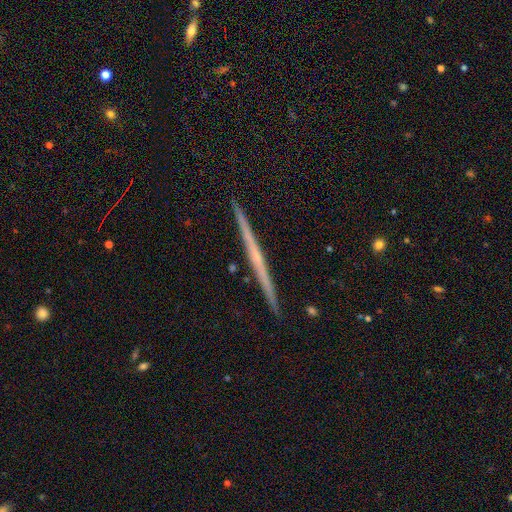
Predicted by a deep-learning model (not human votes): featured or disk 70%, smooth 24%, star or artifact 6%. Down the decision tree: edge-on disk — yes (98%); edge-on bulge — none (77%); merging — none (93%).